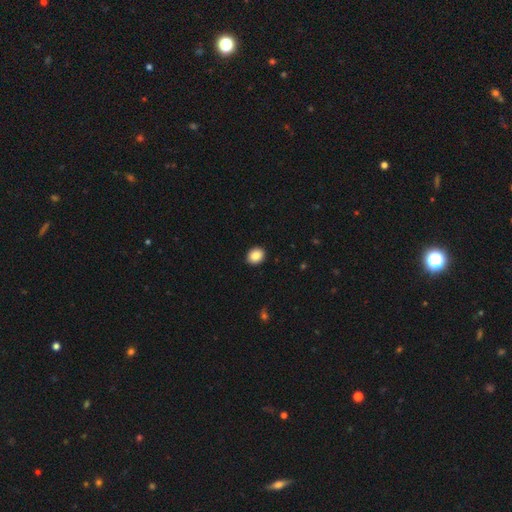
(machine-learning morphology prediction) Q: Smooth or featured?
A: smooth (88%); runner-up: star or artifact (8%)
Q: How rounded?
A: round (50%); runner-up: in between (49%)
Q: Merging?
A: none (92%); runner-up: minor disturbance (6%)